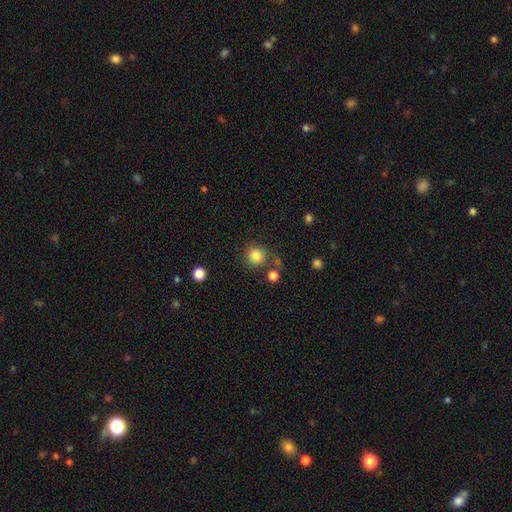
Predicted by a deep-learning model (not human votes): Morphology: type=smooth (85%); roundness=round (93%); merging=none (79%).